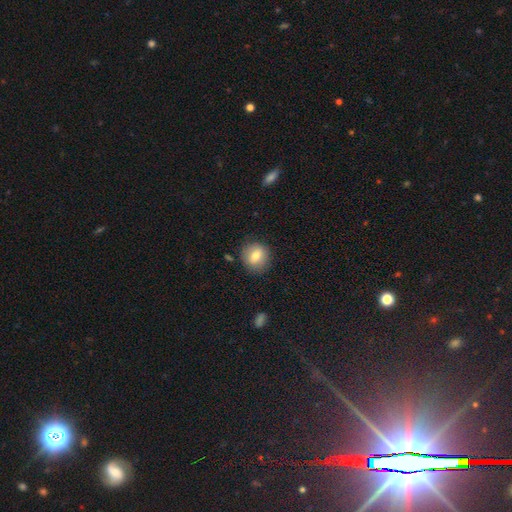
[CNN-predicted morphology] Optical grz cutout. It shows a smooth galaxy with no disk features (76%) that is round (81%). Merging: none (85%).